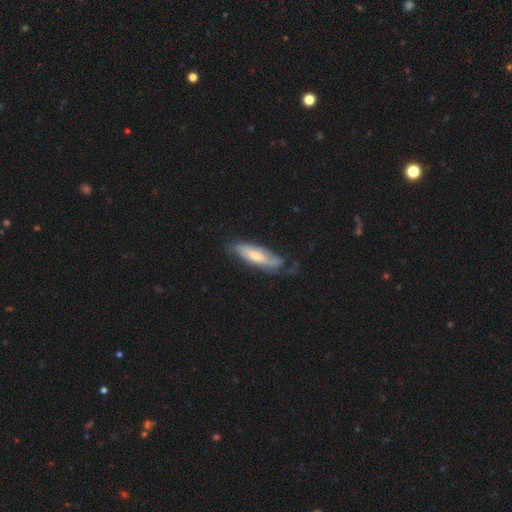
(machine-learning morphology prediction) Smooth or featured? featured or disk (53%)
Edge-on disk? no (70%)
Merging? none (54%)